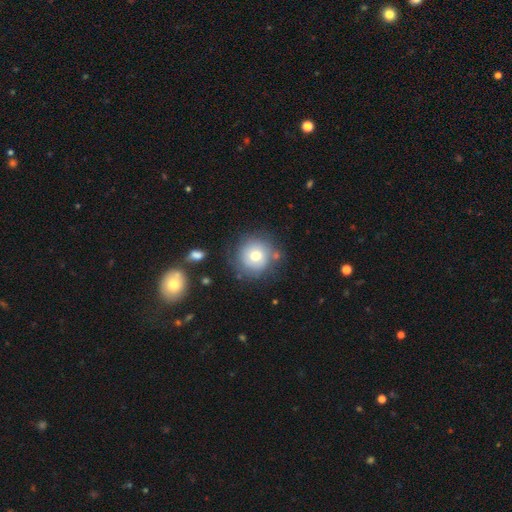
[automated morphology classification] A smooth galaxy with no disk features (69%) that is round (93%). Merging: none (75%).